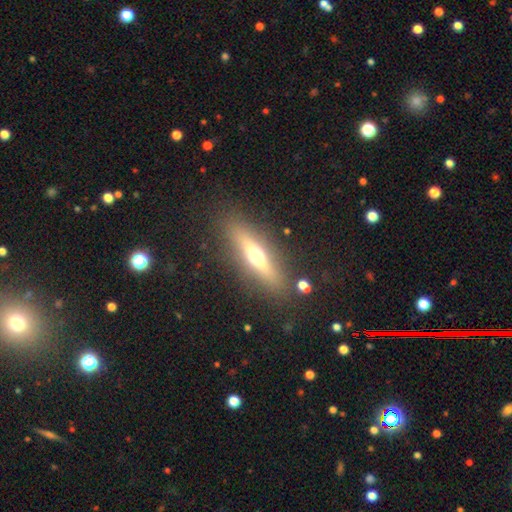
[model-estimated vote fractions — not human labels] Morphology: type=featured or disk (54%); edge-on=yes (86%); merging=none (85%).